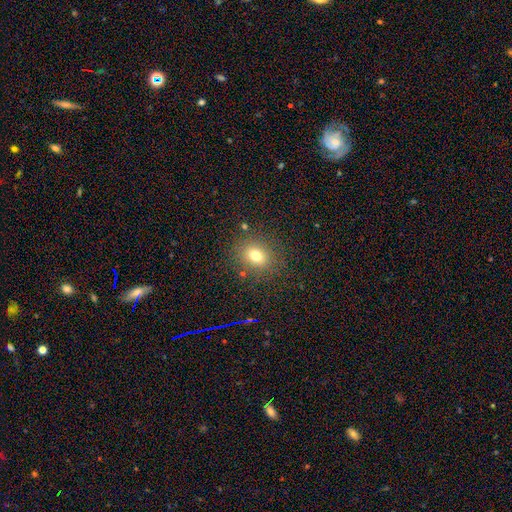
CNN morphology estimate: Q: Smooth or featured?
A: smooth (73%); runner-up: star or artifact (16%)
Q: How rounded?
A: round (57%); runner-up: in between (41%)
Q: Merging?
A: none (83%); runner-up: minor disturbance (10%)